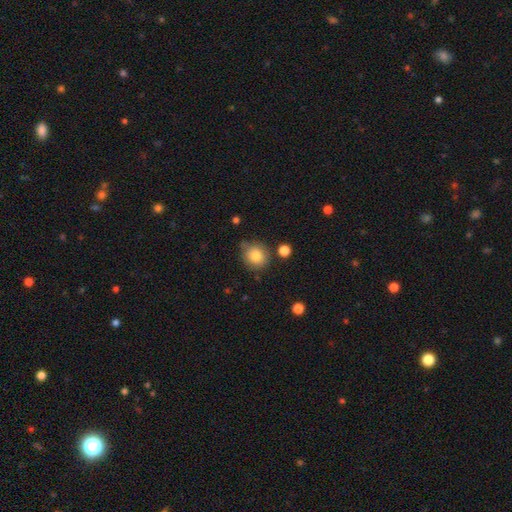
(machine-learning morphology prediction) smooth 83%, star or artifact 10%, featured or disk 8%. Down the decision tree: how rounded — round (82%); merging — none (74%).